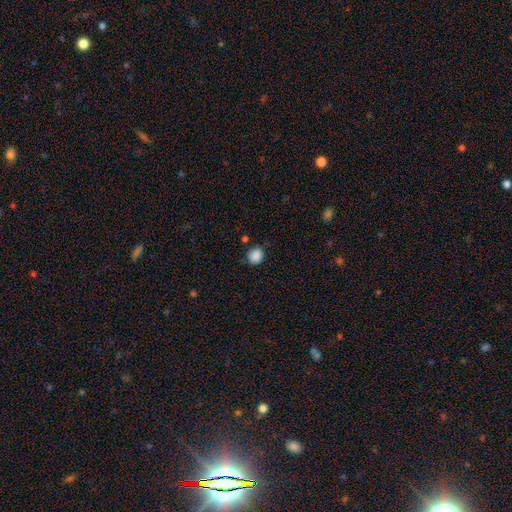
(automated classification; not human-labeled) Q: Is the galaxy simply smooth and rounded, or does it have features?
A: smooth — 88%.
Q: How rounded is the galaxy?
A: round — 78%.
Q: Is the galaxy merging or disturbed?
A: none — 80%.